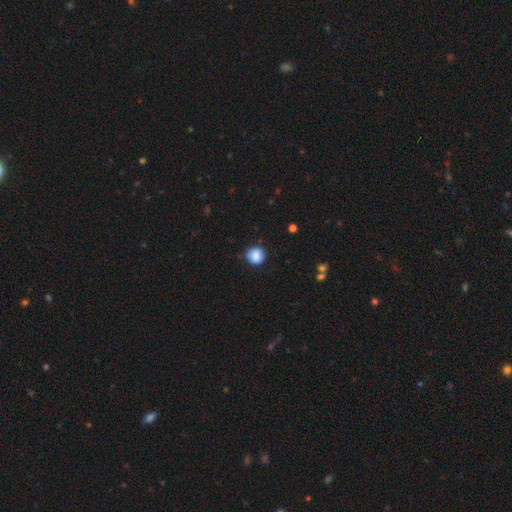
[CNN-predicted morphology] smooth 86%, star or artifact 8%, featured or disk 6%. Down the decision tree: how rounded — round (90%); merging — none (81%).